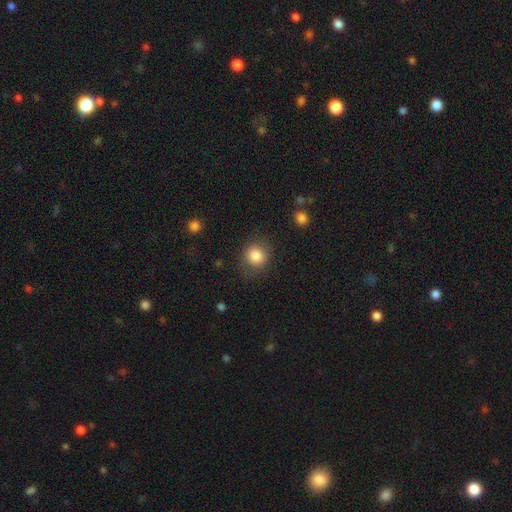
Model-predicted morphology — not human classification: This appears to be a smooth galaxy with no disk features (85%) that is round (80%). Merging: none (80%).